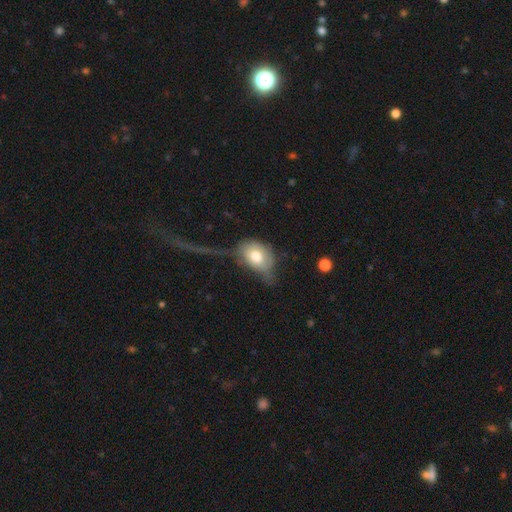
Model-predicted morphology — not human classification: smooth_or_featured: smooth (p=0.69) [alt: featured or disk p=0.23]
how_rounded: in between (p=0.75) [alt: round p=0.24]
merging: major disturbance (p=0.42) [alt: minor disturbance p=0.28]